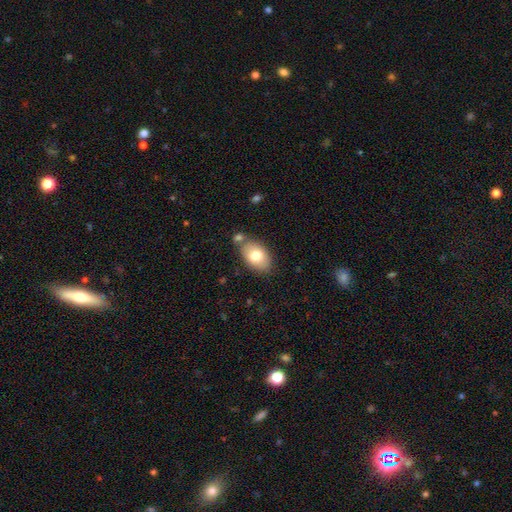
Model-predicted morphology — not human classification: A smooth galaxy with no disk features (75%) that is in between round and cigar-shaped (88%). Merging: none (71%).